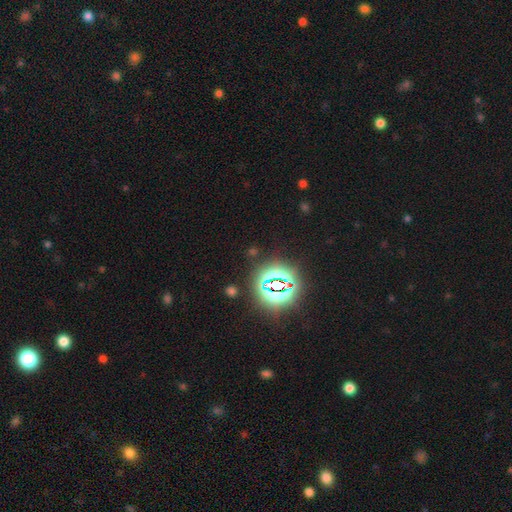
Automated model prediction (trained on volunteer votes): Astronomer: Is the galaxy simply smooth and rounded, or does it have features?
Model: star or artifact — 76%.